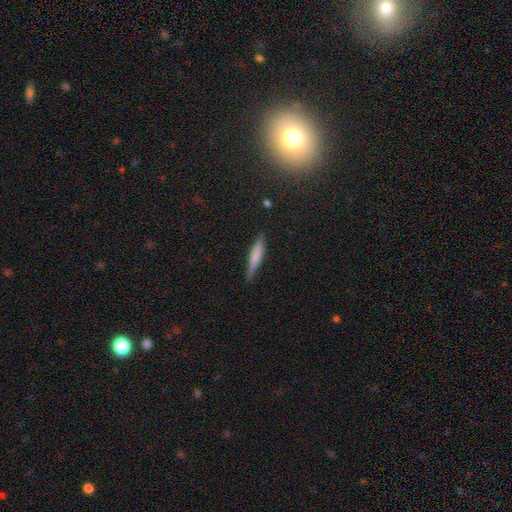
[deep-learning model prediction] The model was most divided on "smooth or featured": smooth: 65%, featured or disk: 28%, star or artifact: 7%. More confident: how rounded — cigar-shaped (88%); merging — none (84%).